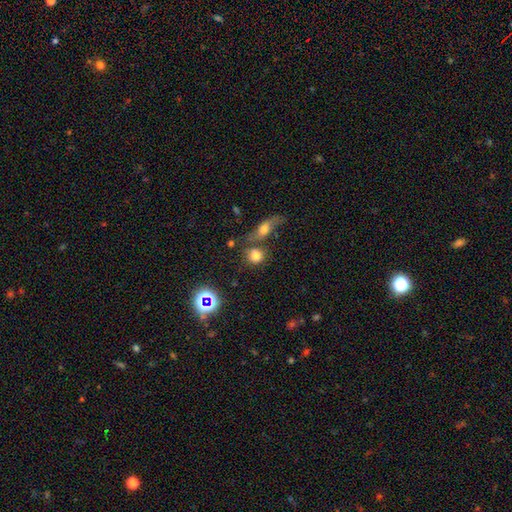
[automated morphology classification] This appears to be a smooth galaxy with no disk features (75%) that is round (76%). Merging: none (59%).